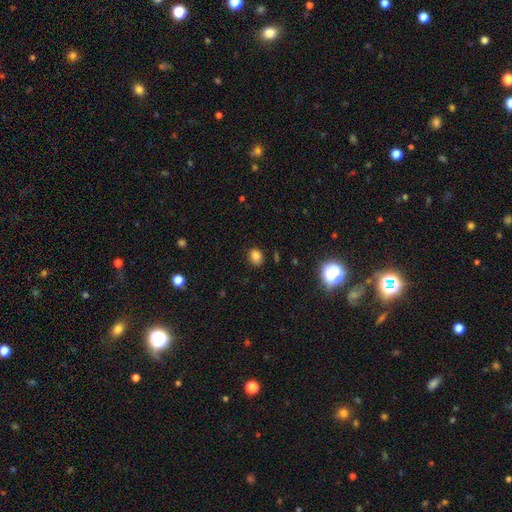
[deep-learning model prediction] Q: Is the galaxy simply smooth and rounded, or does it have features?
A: smooth — 82%.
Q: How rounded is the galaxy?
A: in between — 56%.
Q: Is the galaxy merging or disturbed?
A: none — 82%.